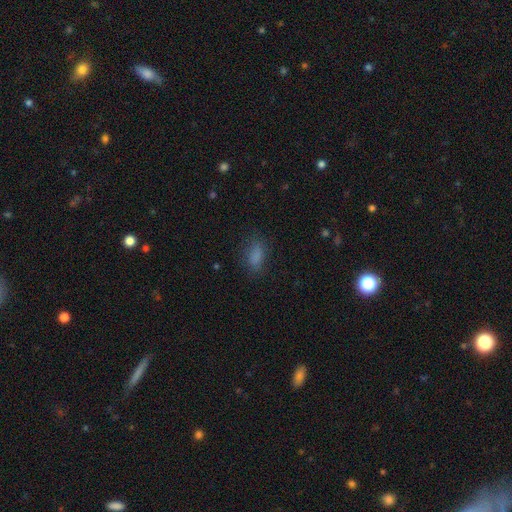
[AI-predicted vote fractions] Smooth or featured? smooth (82%)
How rounded? in between (85%)
Merging? none (74%)